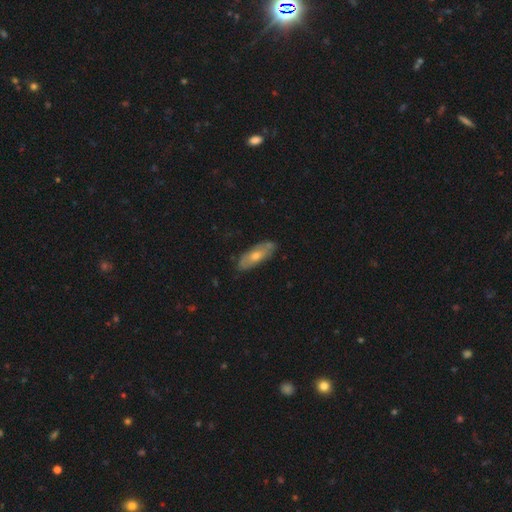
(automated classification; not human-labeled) Morphology: type=featured or disk (48%); merging=none (80%).